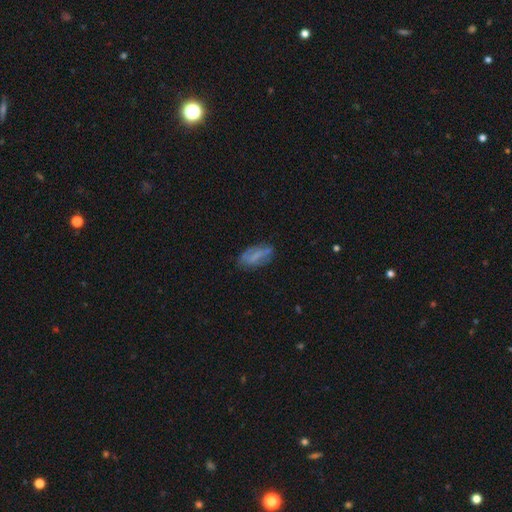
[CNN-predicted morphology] type=smooth (55%); roundness=in between (78%); merging=none (68%).